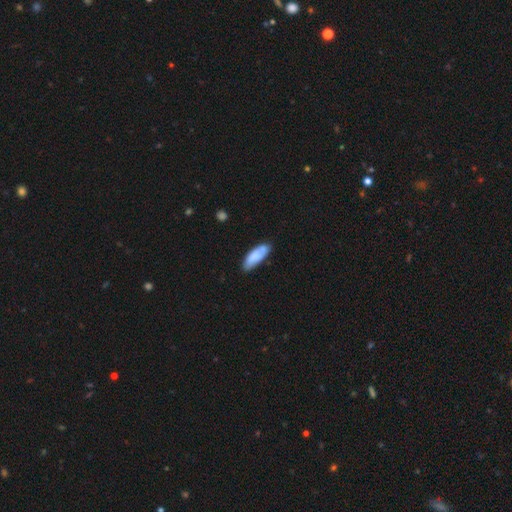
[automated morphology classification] smooth_or_featured: smooth (p=0.78) [alt: featured or disk p=0.16]
how_rounded: in between (p=0.66) [alt: cigar-shaped p=0.32]
merging: none (p=0.67) [alt: minor disturbance p=0.25]